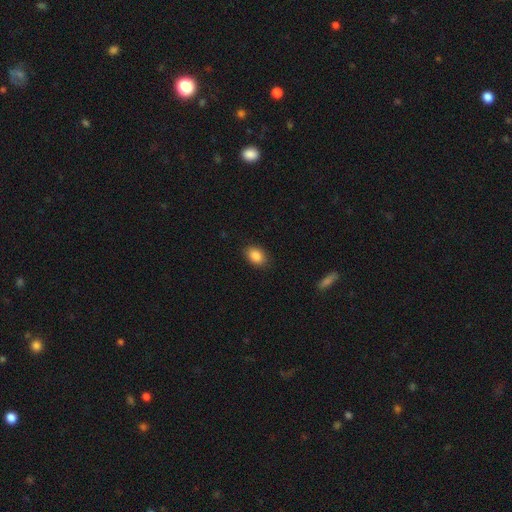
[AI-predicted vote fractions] Q: Smooth or featured?
A: smooth (88%); runner-up: star or artifact (8%)
Q: How rounded?
A: in between (79%); runner-up: round (20%)
Q: Merging?
A: none (87%); runner-up: minor disturbance (9%)